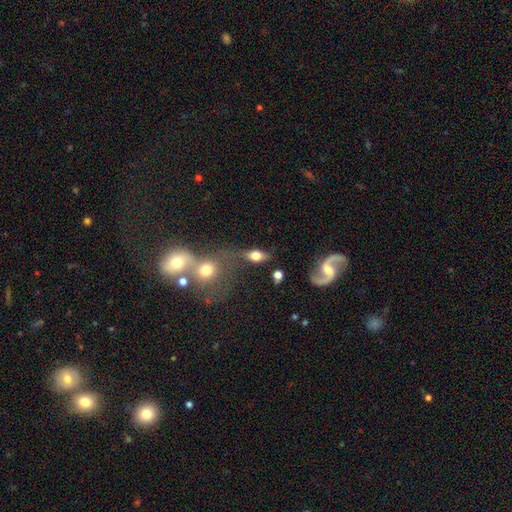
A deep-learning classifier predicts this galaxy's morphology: type=smooth (63%); roundness=in between (77%); merging=none (52%).